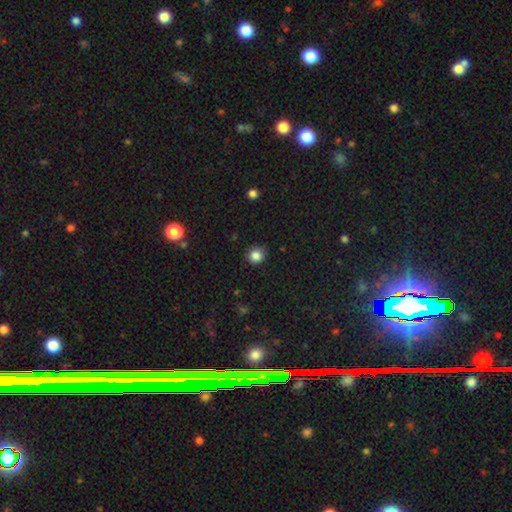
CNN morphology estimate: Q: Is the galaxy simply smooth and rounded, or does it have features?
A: smooth — 85%.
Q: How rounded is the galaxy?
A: round — 90%.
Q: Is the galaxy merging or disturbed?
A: none — 87%.